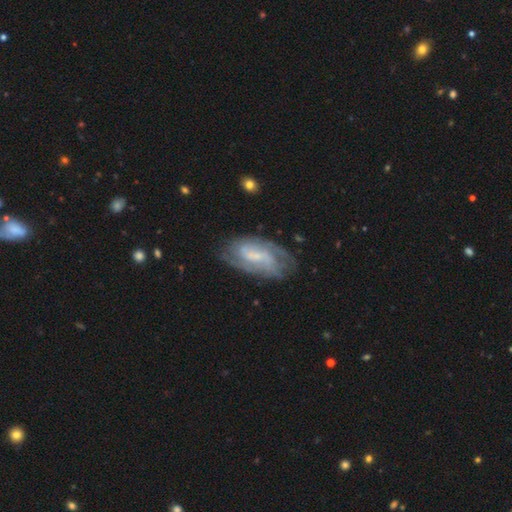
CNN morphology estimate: Smooth or featured? featured or disk (74%)
Edge-on disk? no (94%)
Bar? weak (51%)
Spiral arms? yes (89%)
Spiral winding? tight (43%)
Spiral arm count? 2 (44%)
Bulge size? small (53%)
Merging? none (70%)